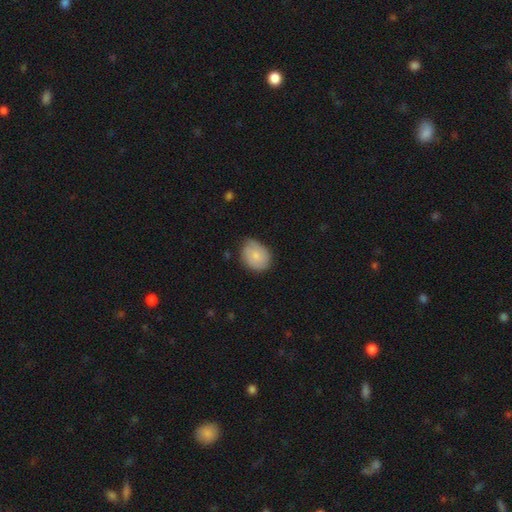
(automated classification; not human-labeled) Smooth or featured? smooth (76%)
How rounded? in between (53%)
Merging? none (66%)